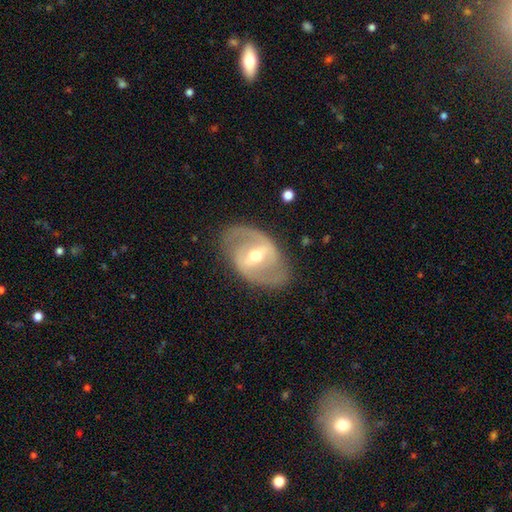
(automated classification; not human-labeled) Smooth or featured? featured or disk (84%)
Edge-on disk? no (95%)
Bar? strong (49%)
Spiral arms? yes (84%)
Spiral winding? medium (51%)
Spiral arm count? 2 (87%)
Bulge size? moderate (65%)
Merging? none (79%)